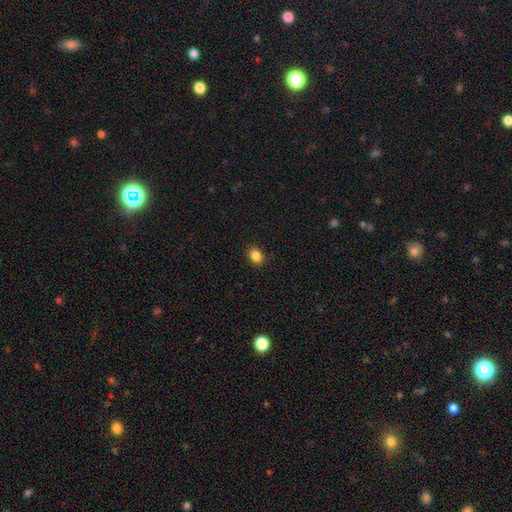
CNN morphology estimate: This appears to be a smooth galaxy with no disk features (86%) that is in between round and cigar-shaped (66%). Merging: none (89%).